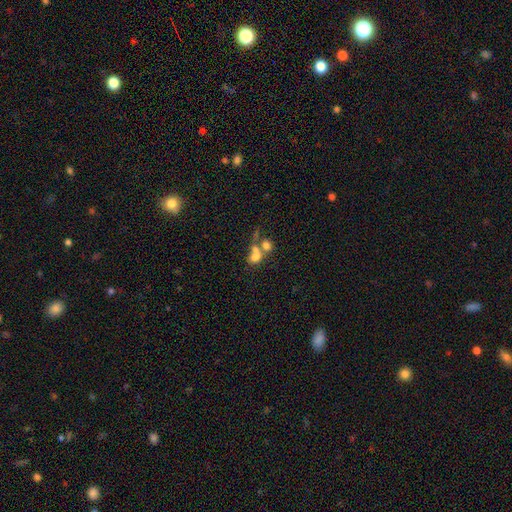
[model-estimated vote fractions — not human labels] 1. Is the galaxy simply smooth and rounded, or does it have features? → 67% smooth, 21% featured or disk, 13% star or artifact.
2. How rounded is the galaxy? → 52% round, 46% in between, 2% cigar-shaped.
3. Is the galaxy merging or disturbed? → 64% merger, 20% none, 9% major disturbance, 7% minor disturbance.